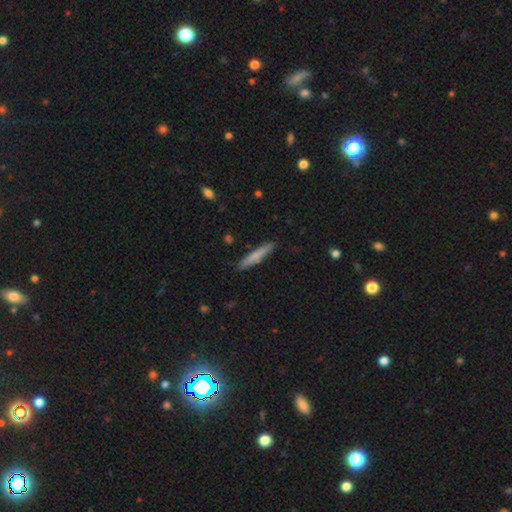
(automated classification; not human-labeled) Smooth or featured?
  - smooth: 73% *
  - featured or disk: 21%
  - star or artifact: 6%
How rounded?
  - cigar-shaped: 95% *
  - in between: 4%
  - round: 1%
Merging?
  - none: 89% *
  - minor disturbance: 8%
  - major disturbance: 2%
  - merger: 1%